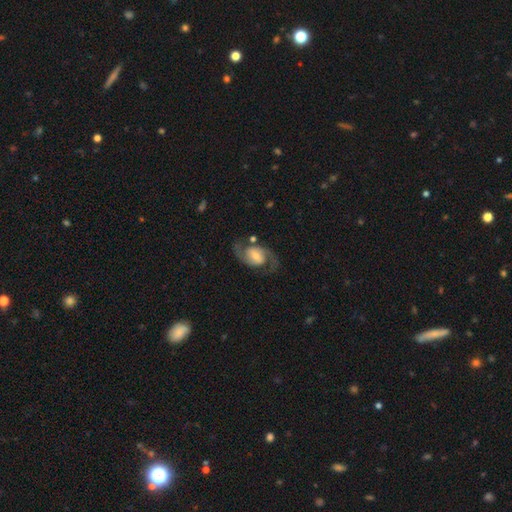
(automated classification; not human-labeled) smooth_or_featured: featured or disk (p=0.85) [alt: smooth p=0.09]
disk_edge_on: no (p=0.97) [alt: yes p=0.03]
bar: weak (p=0.45) [alt: no p=0.38]
has_spiral_arms: yes (p=0.96) [alt: no p=0.04]
spiral_winding: medium (p=0.54) [alt: loose p=0.31]
spiral_arm_count: 2 (p=0.93) [alt: can't tell p=0.02]
bulge_size: moderate (p=0.51) [alt: small p=0.36]
merging: none (p=0.76) [alt: minor disturbance p=0.13]